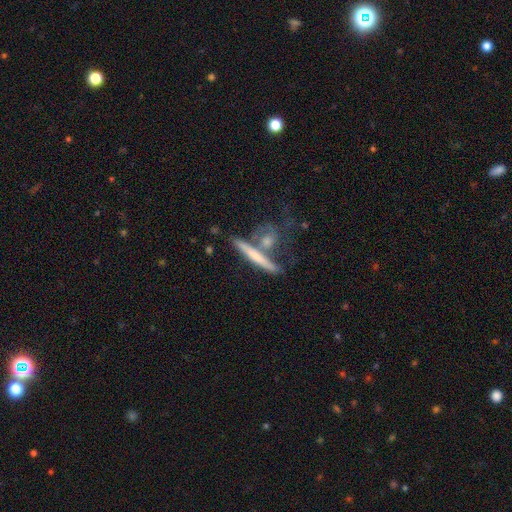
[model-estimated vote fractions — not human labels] smooth_or_featured: featured or disk (p=0.48) [alt: smooth p=0.44]
merging: none (p=0.59) [alt: merger p=0.23]